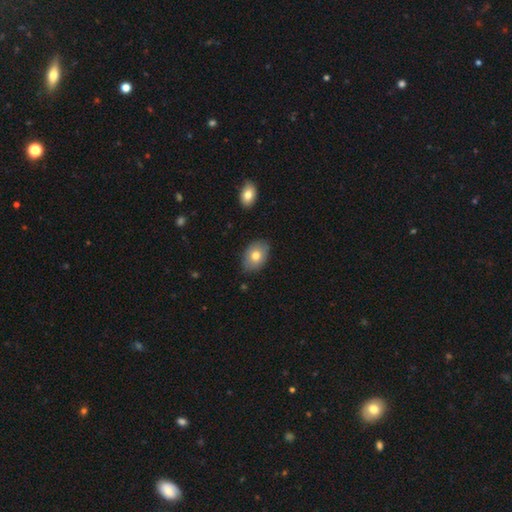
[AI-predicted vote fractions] Smooth or featured? Predicted: smooth (p=0.76). How rounded? Predicted: in between (p=0.81). Merging? Predicted: none (p=0.81).